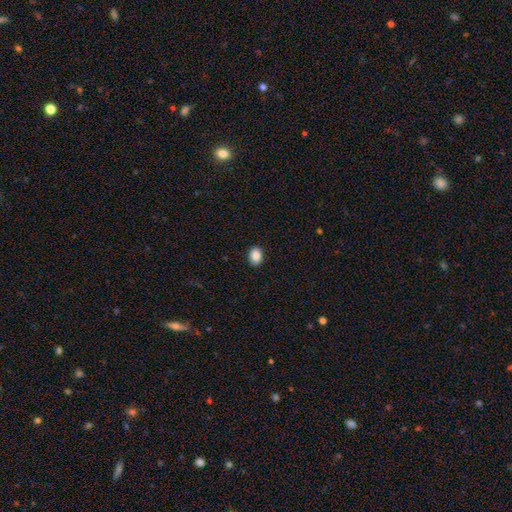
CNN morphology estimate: Smooth or featured? Predicted: smooth (p=0.88). How rounded? Predicted: in between (p=0.69). Merging? Predicted: none (p=0.90).